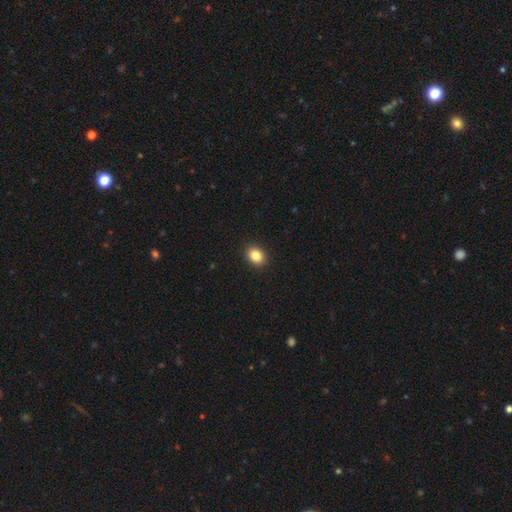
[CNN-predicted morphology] Smooth or featured?
  - smooth: 85% *
  - star or artifact: 10%
  - featured or disk: 5%
How rounded?
  - in between: 54% *
  - round: 45%
  - cigar-shaped: 1%
Merging?
  - none: 92% *
  - minor disturbance: 6%
  - major disturbance: 2%
  - merger: 1%